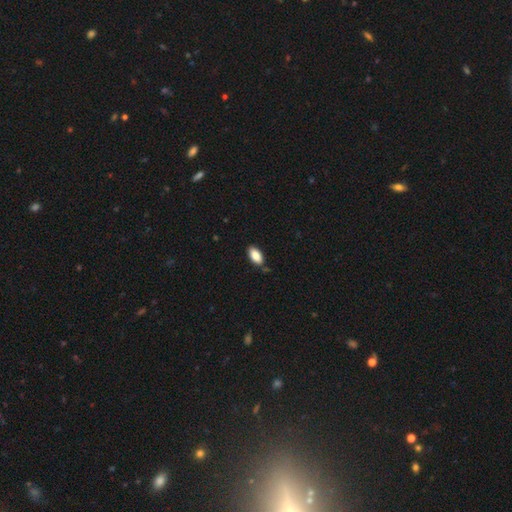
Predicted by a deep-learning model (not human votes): Smooth or featured?
  - smooth: 86% *
  - star or artifact: 7%
  - featured or disk: 7%
How rounded?
  - in between: 92% *
  - cigar-shaped: 6%
  - round: 2%
Merging?
  - none: 84% *
  - minor disturbance: 12%
  - merger: 2%
  - major disturbance: 2%